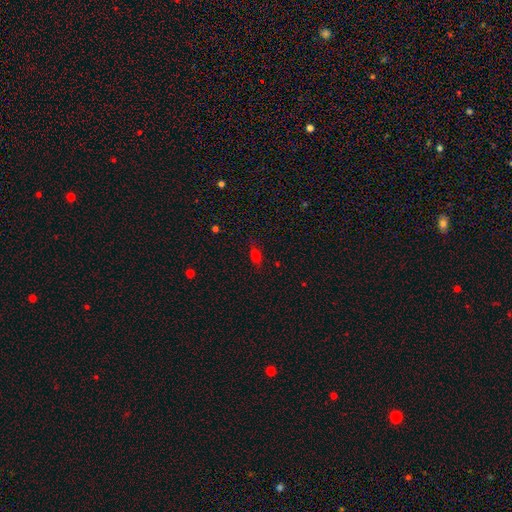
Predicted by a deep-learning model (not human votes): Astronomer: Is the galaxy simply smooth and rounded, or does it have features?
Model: smooth — 62%.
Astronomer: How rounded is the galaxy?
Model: in between — 64%.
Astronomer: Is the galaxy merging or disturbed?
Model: none — 79%.